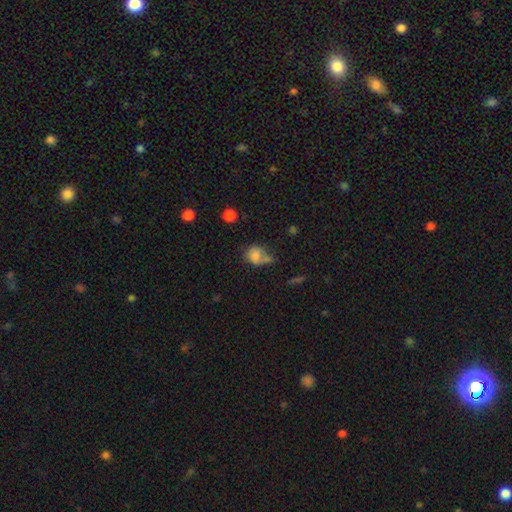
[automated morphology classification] Smooth or featured: smooth — 75% (featured or disk — 13%)
How rounded: round — 57% (in between — 41%)
Merging: none — 37% (merger — 25%)